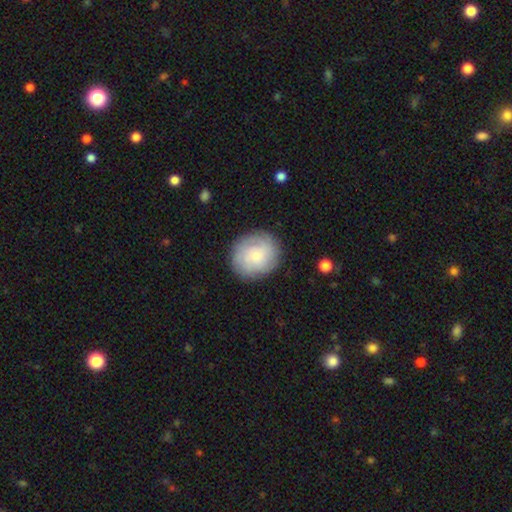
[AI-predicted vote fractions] smooth 52%, featured or disk 40%, star or artifact 8%. Down the decision tree: how rounded — round (83%); merging — none (84%).